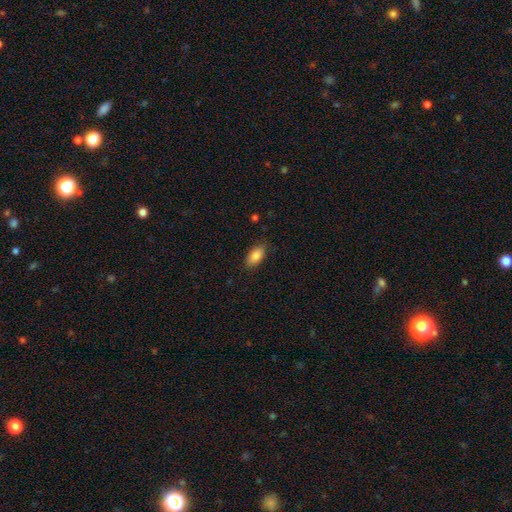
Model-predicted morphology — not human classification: Smooth or featured?
  - smooth: 86% *
  - star or artifact: 7%
  - featured or disk: 6%
How rounded?
  - in between: 90% *
  - cigar-shaped: 7%
  - round: 3%
Merging?
  - none: 84% *
  - minor disturbance: 12%
  - major disturbance: 3%
  - merger: 1%